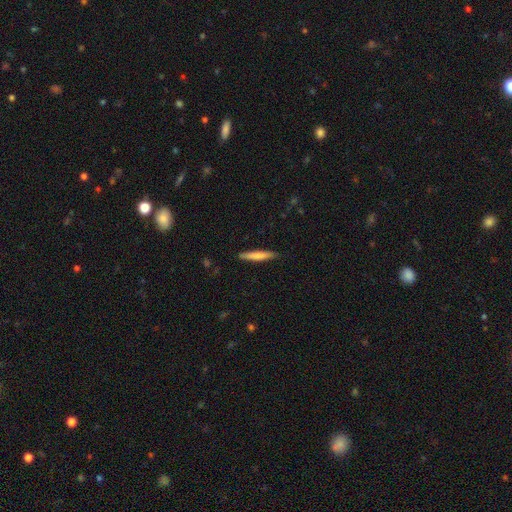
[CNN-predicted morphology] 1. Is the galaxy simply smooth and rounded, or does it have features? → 71% smooth, 23% featured or disk, 6% star or artifact.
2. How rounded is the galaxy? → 93% cigar-shaped, 6% in between, 1% round.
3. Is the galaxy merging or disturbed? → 88% none, 10% minor disturbance, 2% major disturbance, 1% merger.